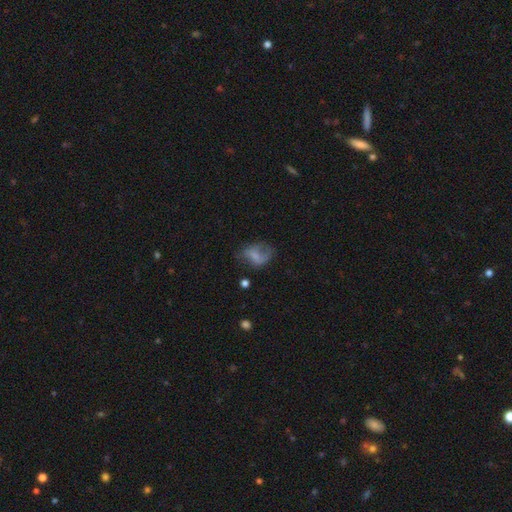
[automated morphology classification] Overall: smooth (51%; featured or disk 38%). How rounded: in between (72%). Merging: none (37%; major disturbance 31%).